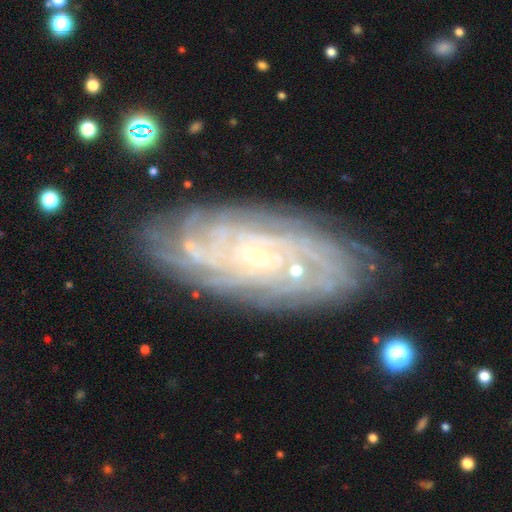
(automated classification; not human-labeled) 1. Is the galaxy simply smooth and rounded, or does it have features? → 86% featured or disk, 8% smooth, 6% star or artifact.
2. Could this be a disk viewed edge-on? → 93% no, 7% yes.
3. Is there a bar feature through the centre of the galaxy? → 62% no, 29% weak, 8% strong.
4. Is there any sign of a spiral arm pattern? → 97% yes, 3% no.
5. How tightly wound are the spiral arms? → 78% tight, 18% medium, 4% loose.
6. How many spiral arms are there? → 34% can't tell, 22% more than 4, 20% 4, 10% 3, 8% 2, 6% 1.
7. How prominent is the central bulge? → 74% small, 19% moderate, 4% none, 2% large, 1% dominant.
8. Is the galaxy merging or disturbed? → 80% none, 14% minor disturbance, 4% major disturbance, 2% merger.